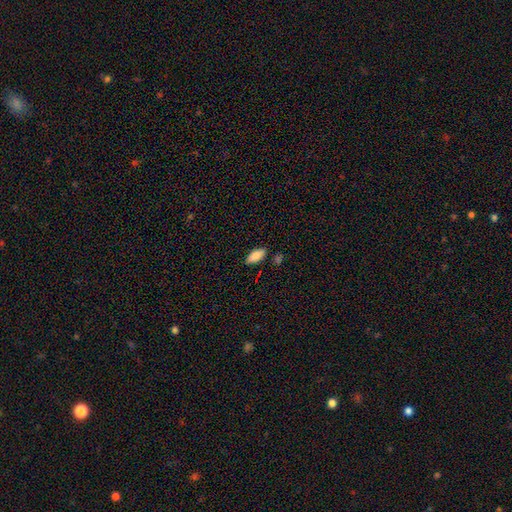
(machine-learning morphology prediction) The model was most divided on "merging": none: 84%, minor disturbance: 11%, merger: 3%, major disturbance: 2%. More confident: how rounded — in between (88%); smooth or featured — smooth (86%).